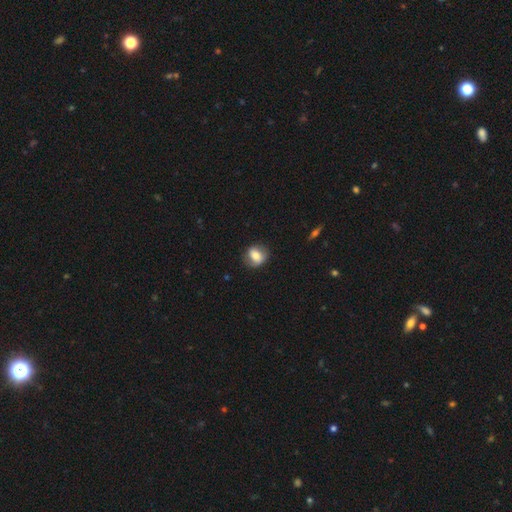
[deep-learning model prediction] This appears to be a smooth galaxy with no disk features (67%) that is round (56%). Merging: none (79%).